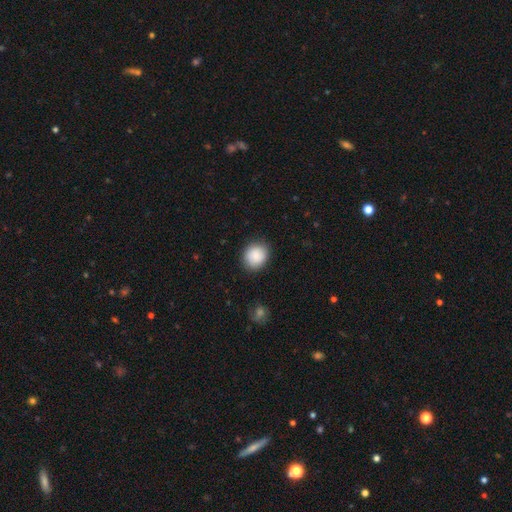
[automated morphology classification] Smooth or featured?
  - smooth: 86% *
  - star or artifact: 7%
  - featured or disk: 6%
How rounded?
  - round: 77% *
  - in between: 22%
  - cigar-shaped: 1%
Merging?
  - none: 86% *
  - minor disturbance: 10%
  - major disturbance: 3%
  - merger: 1%